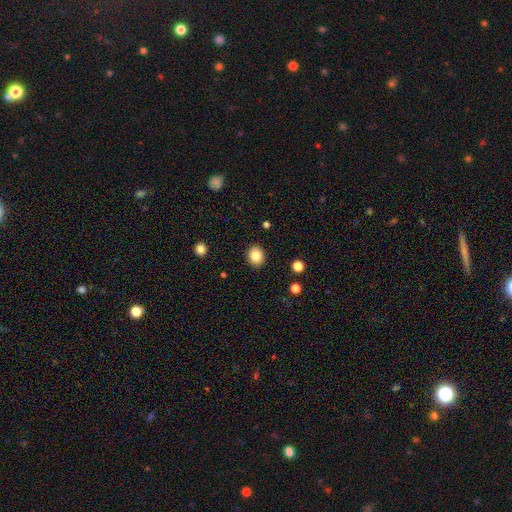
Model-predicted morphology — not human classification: A smooth galaxy with no disk features (83%) that is round (65%). Merging: none (90%).